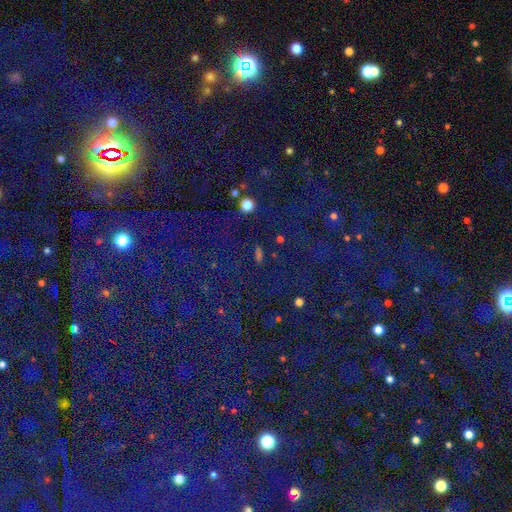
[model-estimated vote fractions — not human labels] The model was most divided on "smooth or featured": star or artifact: 81%, smooth: 12%, featured or disk: 7%.